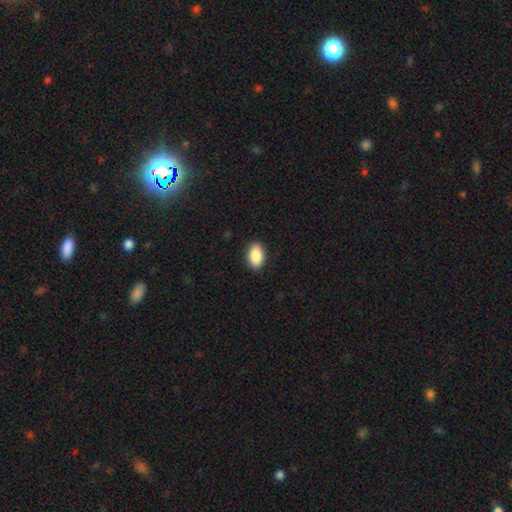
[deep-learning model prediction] The model was most divided on "smooth or featured": smooth: 88%, star or artifact: 7%, featured or disk: 5%. More confident: how rounded — in between (91%); merging — none (89%).